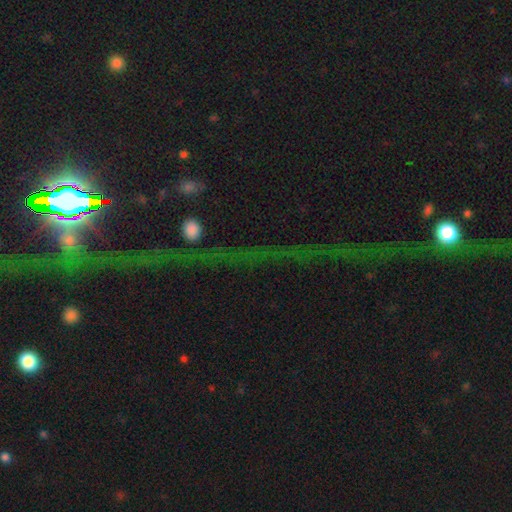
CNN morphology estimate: smooth-or-featured: star or artifact: 71% | featured or disk: 16% | smooth: 12%